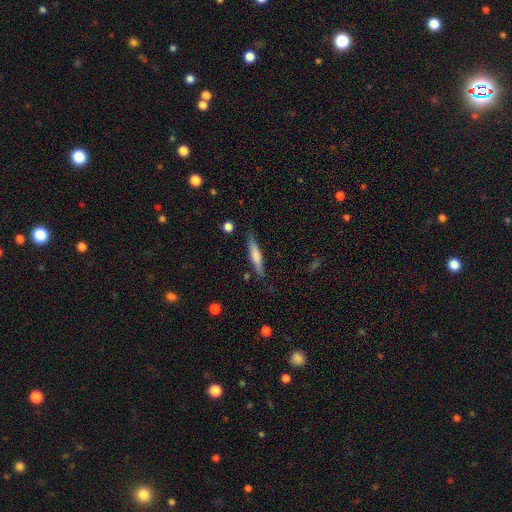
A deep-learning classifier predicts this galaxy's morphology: The model was most divided on "smooth or featured": smooth: 61%, featured or disk: 33%, star or artifact: 6%. More confident: how rounded — cigar-shaped (89%); merging — none (82%).